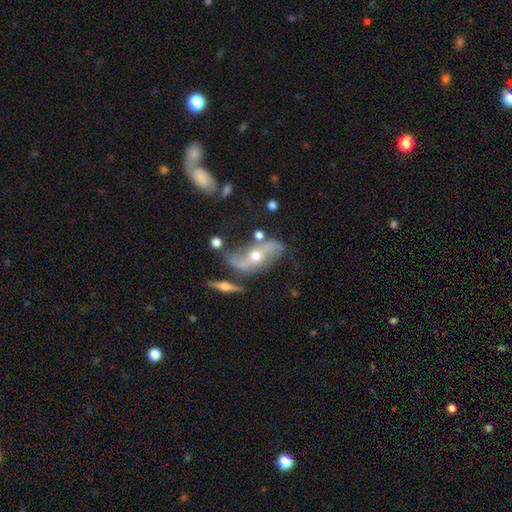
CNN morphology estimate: Smooth or featured?
  - featured or disk: 82% *
  - smooth: 11%
  - star or artifact: 7%
Edge-on disk?
  - no: 85% *
  - yes: 15%
Bar?
  - no: 45% *
  - strong: 28%
  - weak: 26%
Spiral arms?
  - yes: 89% *
  - no: 11%
Spiral winding?
  - loose: 75% *
  - medium: 17%
  - tight: 7%
Spiral arm count?
  - 2: 89% *
  - can't tell: 5%
  - 1: 3%
  - 3: 1%
  - 4: 1%
  - more than 4: 1%
Bulge size?
  - moderate: 64% *
  - small: 31%
  - large: 3%
  - none: 1%
  - dominant: 1%
Merging?
  - none: 56% *
  - minor disturbance: 20%
  - major disturbance: 12%
  - merger: 11%